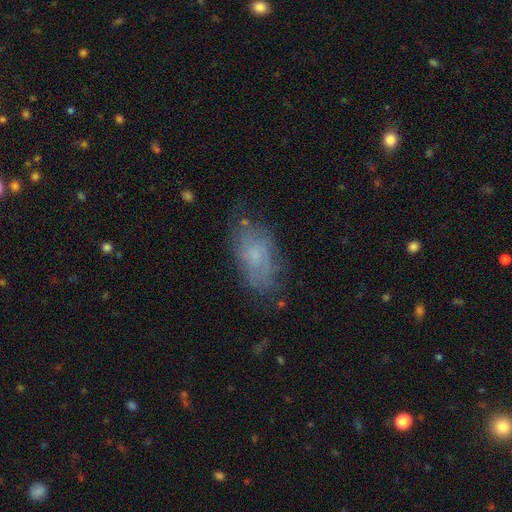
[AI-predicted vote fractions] This appears to be a smooth galaxy with no disk features (60%) that is in between round and cigar-shaped (90%). Merging: none (63%).